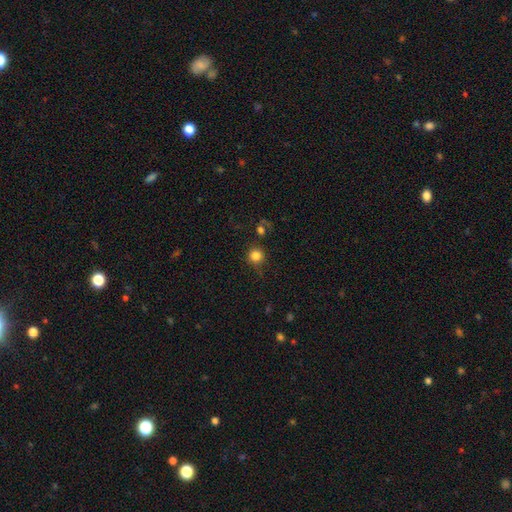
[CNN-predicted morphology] smooth 83%, star or artifact 12%, featured or disk 5%. Down the decision tree: how rounded — round (93%); merging — none (81%).